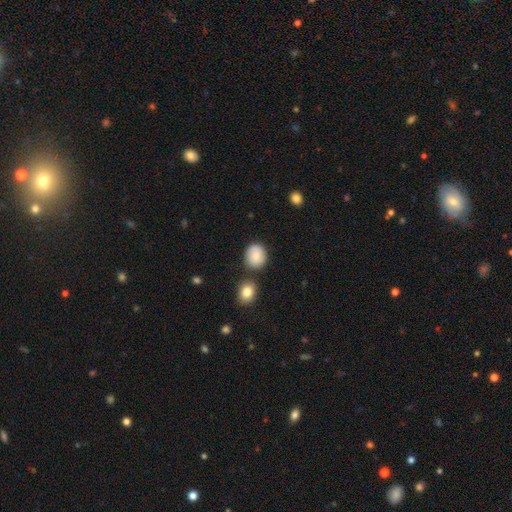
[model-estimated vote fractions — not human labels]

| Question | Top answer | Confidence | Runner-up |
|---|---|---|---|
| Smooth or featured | smooth | 79% | featured or disk (13%) |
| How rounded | round | 78% | in between (21%) |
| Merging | none | 76% | minor disturbance (13%) |